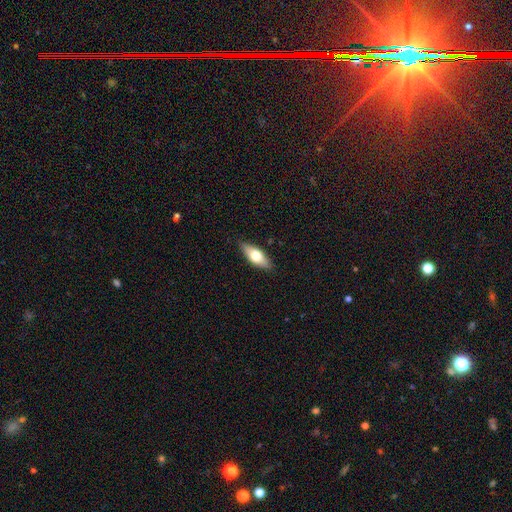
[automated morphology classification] Q: Smooth or featured?
A: smooth (61%); runner-up: featured or disk (33%)
Q: How rounded?
A: in between (73%); runner-up: cigar-shaped (24%)
Q: Merging?
A: none (86%); runner-up: minor disturbance (11%)